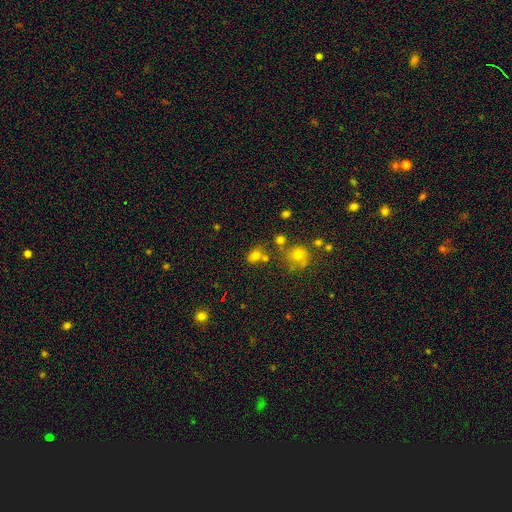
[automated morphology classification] Smooth or featured? smooth (71%)
How rounded? in between (58%)
Merging? none (59%)